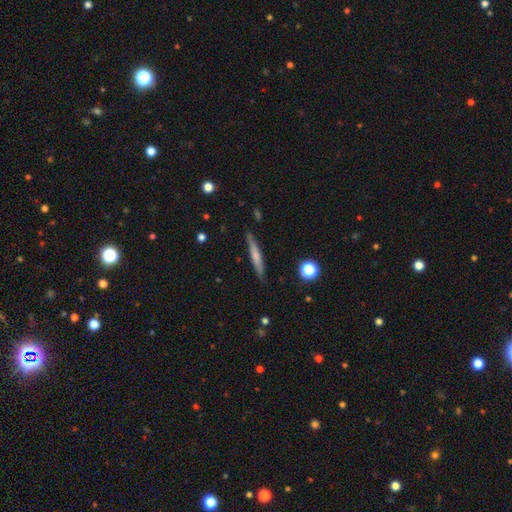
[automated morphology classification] A smooth galaxy with no disk features (51%) that is cigar-shaped (93%).

Vote fractions:
- Smooth or featured? smooth: 51% / featured or disk: 42% / star or artifact: 7%
- How rounded? cigar-shaped: 93% / in between: 5% / round: 2%
- Merging? none: 86% / minor disturbance: 11% / major disturbance: 2% / merger: 2%